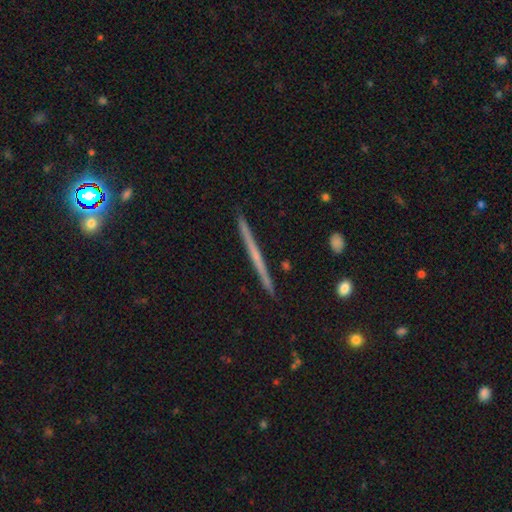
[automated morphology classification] type=featured or disk (61%); edge-on=yes (98%); edge-on bulge=none (83%); merging=none (93%).